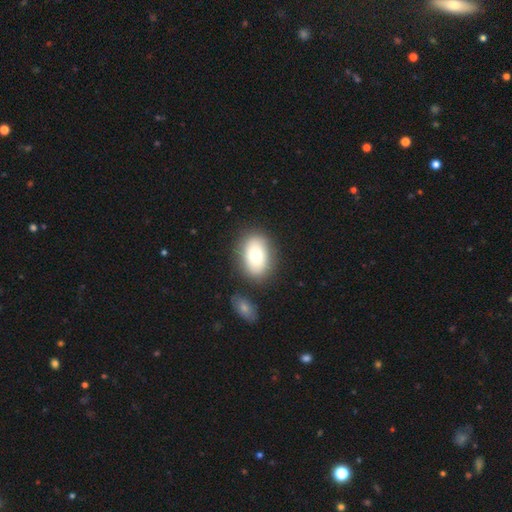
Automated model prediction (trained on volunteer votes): Morphology: type=smooth (74%); roundness=in between (80%); merging=none (78%).